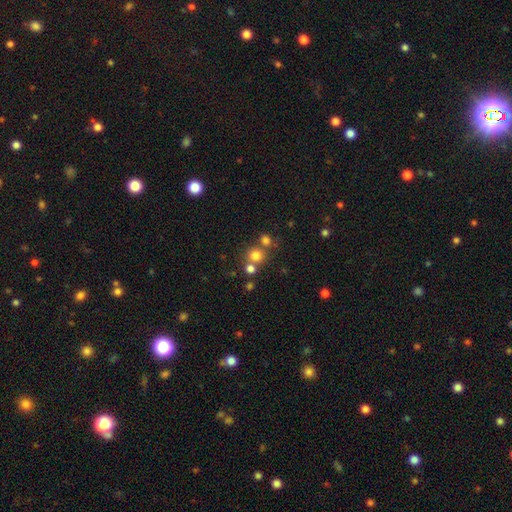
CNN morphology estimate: smooth_or_featured: smooth (p=0.74) [alt: star or artifact p=0.17]
how_rounded: round (p=0.86) [alt: in between p=0.13]
merging: none (p=0.60) [alt: merger p=0.28]